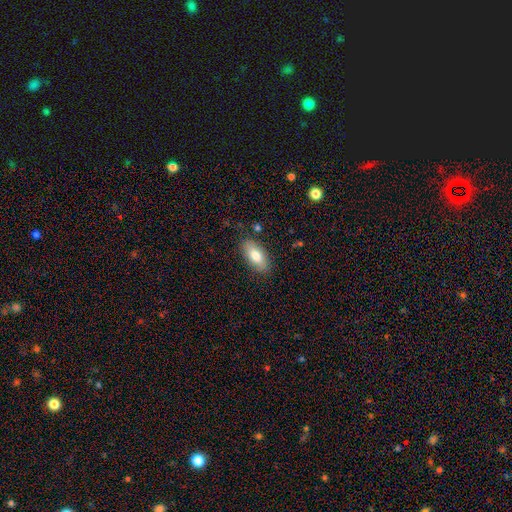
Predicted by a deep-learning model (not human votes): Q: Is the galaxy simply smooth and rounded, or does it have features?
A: smooth — 78%.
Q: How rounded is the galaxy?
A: in between — 88%.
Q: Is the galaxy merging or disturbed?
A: none — 84%.